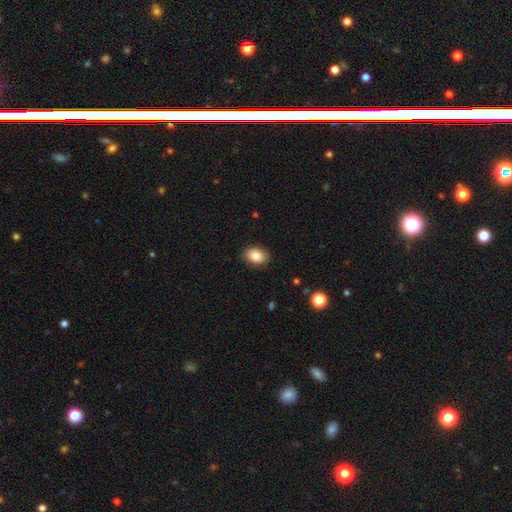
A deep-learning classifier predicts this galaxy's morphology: A smooth galaxy with no disk features (87%) that is in between round and cigar-shaped (81%).

Vote fractions:
- Smooth or featured? smooth: 87% / star or artifact: 8% / featured or disk: 5%
- How rounded? in between: 81% / round: 18% / cigar-shaped: 1%
- Merging? none: 87% / minor disturbance: 10% / major disturbance: 2% / merger: 1%